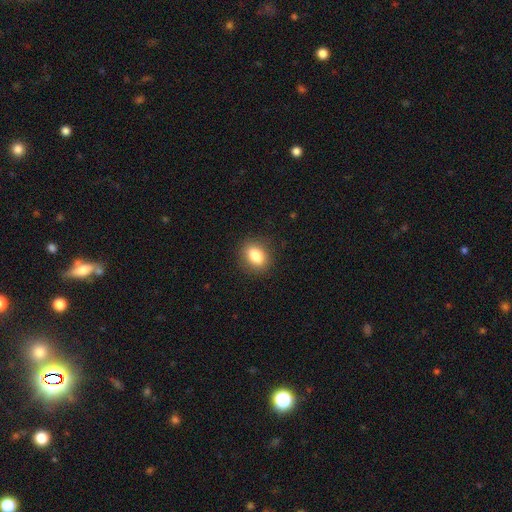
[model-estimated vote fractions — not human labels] Smooth or featured: smooth — 84% (star or artifact — 9%)
How rounded: in between — 71% (round — 27%)
Merging: none — 88% (minor disturbance — 9%)